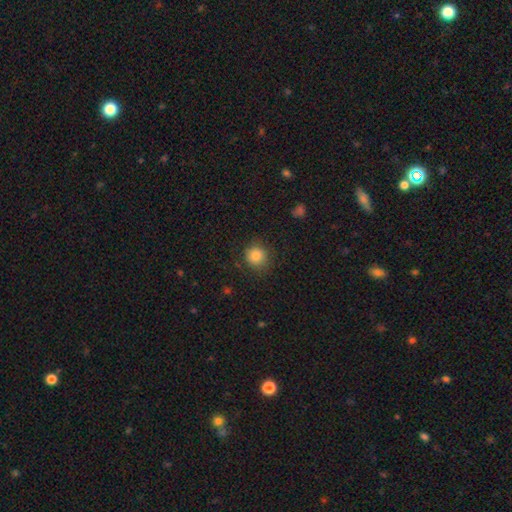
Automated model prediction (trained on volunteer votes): smooth 84%, star or artifact 11%, featured or disk 5%. Down the decision tree: how rounded — round (91%); merging — none (85%).